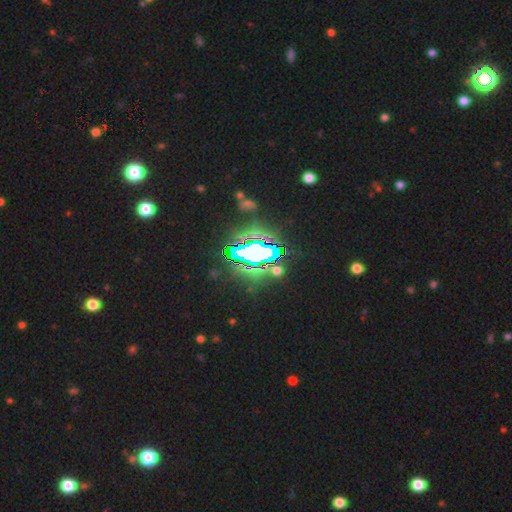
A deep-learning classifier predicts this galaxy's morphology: This is likely a star or artifact rather than a galaxy (72%).